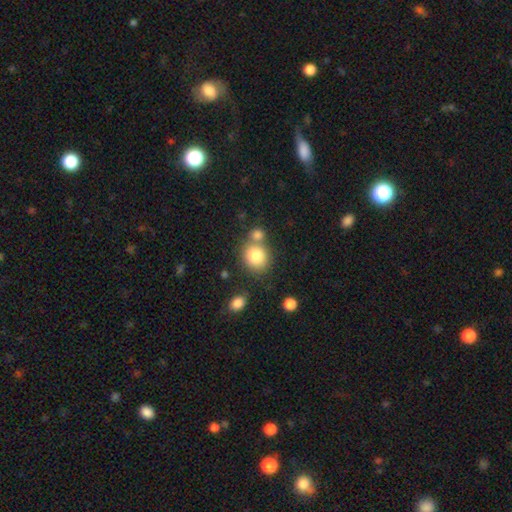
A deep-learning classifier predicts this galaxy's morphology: Smooth or featured? smooth (81%)
How rounded? round (75%)
Merging? none (56%)